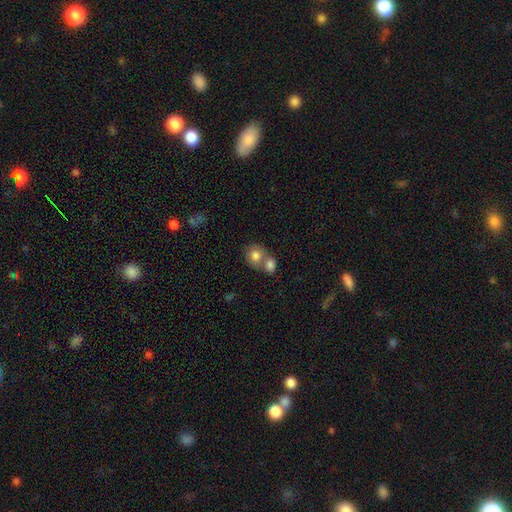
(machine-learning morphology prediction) Smooth or featured: smooth — 81% (featured or disk — 12%)
How rounded: round — 67% (in between — 32%)
Merging: merger — 57% (none — 31%)